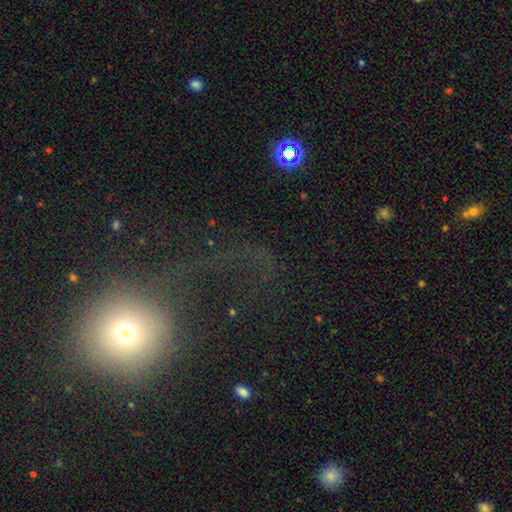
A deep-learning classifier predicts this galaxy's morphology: type=smooth (47%); merging=major disturbance (47%).